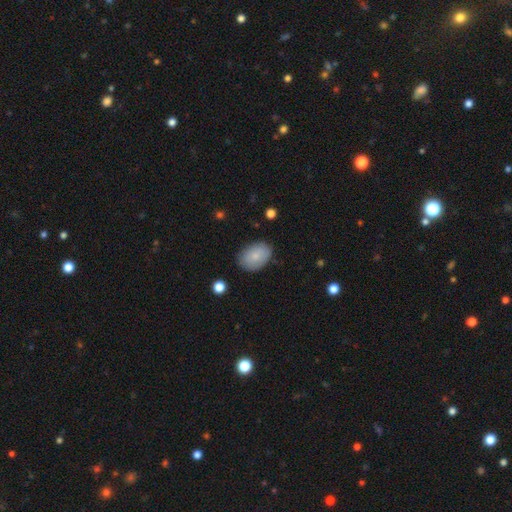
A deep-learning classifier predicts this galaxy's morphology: smooth 79%, featured or disk 14%, star or artifact 7%. Down the decision tree: how rounded — in between (83%); merging — none (80%).